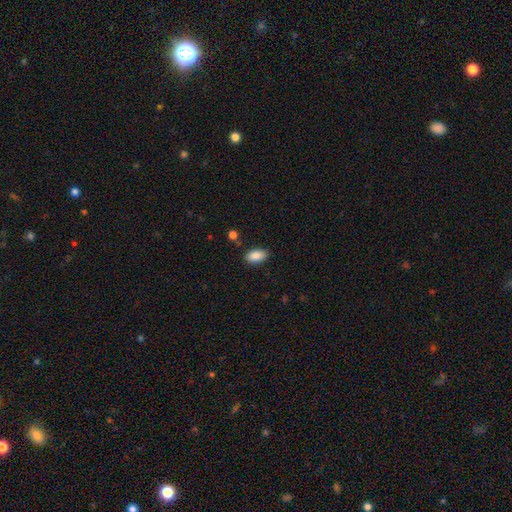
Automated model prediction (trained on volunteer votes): A smooth galaxy with no disk features (88%) that is in between round and cigar-shaped (93%). Merging: none (85%).